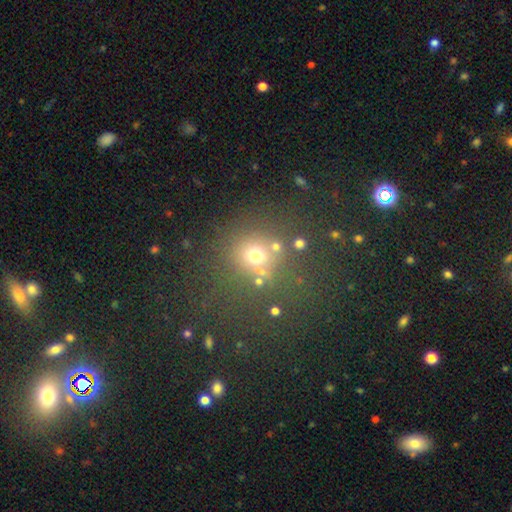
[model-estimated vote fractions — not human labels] Smooth or featured? smooth (63%)
How rounded? round (83%)
Merging? none (65%)